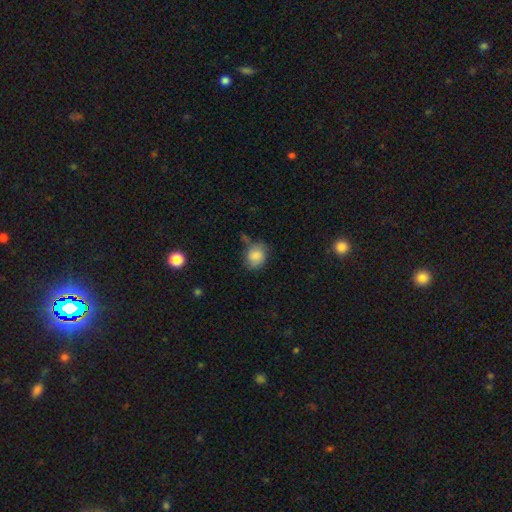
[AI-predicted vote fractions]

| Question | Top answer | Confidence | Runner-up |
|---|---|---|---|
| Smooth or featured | smooth | 84% | featured or disk (8%) |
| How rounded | round | 52% | in between (47%) |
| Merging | none | 61% | minor disturbance (25%) |